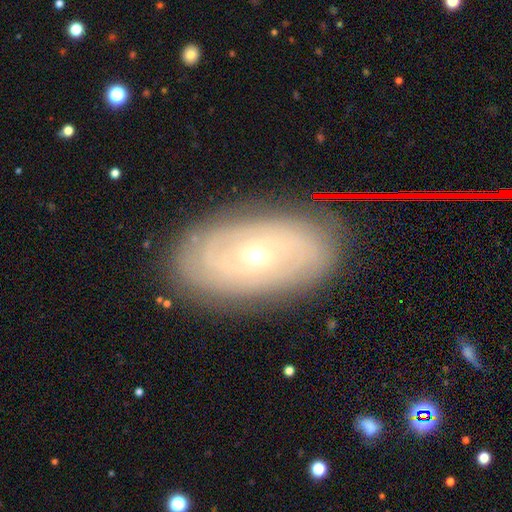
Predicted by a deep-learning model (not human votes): Smooth or featured? featured or disk (80%)
Edge-on disk? no (94%)
Bar? no (73%)
Spiral arms? yes (90%)
Spiral winding? tight (81%)
Spiral arm count? can't tell (44%)
Bulge size? small (68%)
Merging? none (85%)